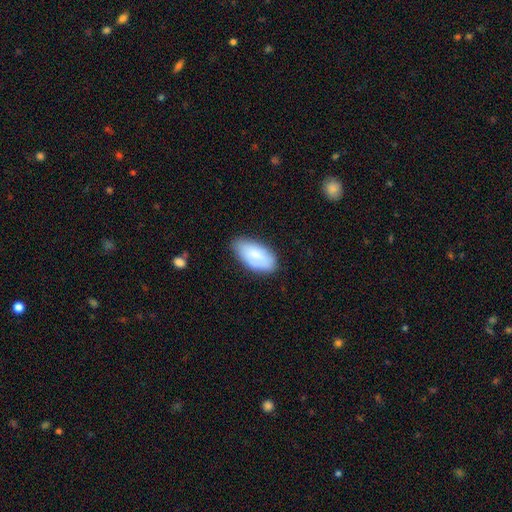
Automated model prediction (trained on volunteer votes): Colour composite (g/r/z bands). It shows a smooth galaxy with no disk features (82%) that is in between round and cigar-shaped (95%). Merging: none (72%).